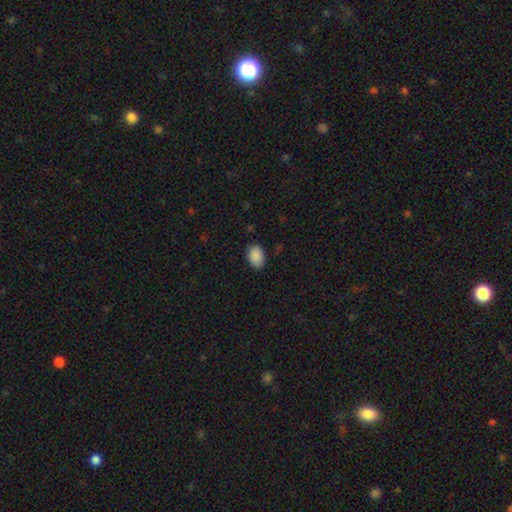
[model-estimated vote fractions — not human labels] Morphology: type=smooth (89%); roundness=in between (84%); merging=none (84%).